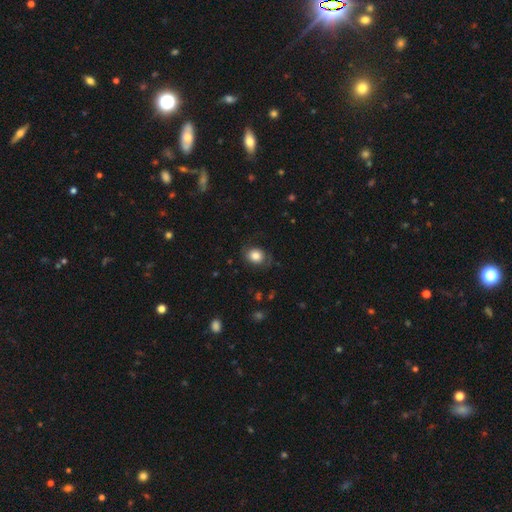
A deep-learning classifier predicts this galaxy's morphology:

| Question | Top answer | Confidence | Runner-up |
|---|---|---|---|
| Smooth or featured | smooth | 80% | featured or disk (12%) |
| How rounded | round | 53% | in between (46%) |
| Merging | none | 74% | minor disturbance (18%) |